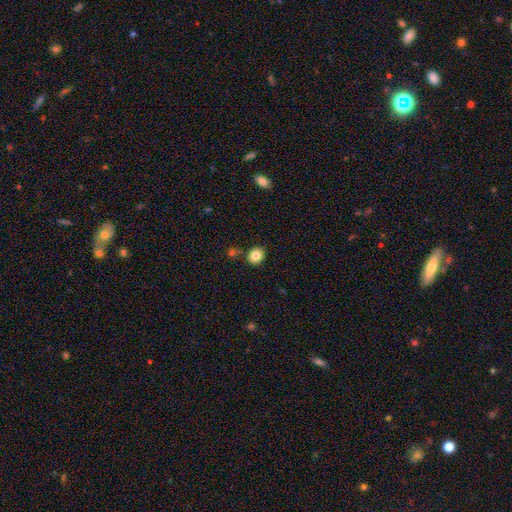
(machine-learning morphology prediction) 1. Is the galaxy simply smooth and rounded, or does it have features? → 84% smooth, 10% star or artifact, 6% featured or disk.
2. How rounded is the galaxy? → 71% round, 28% in between, 1% cigar-shaped.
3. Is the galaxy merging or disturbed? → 82% none, 10% minor disturbance, 6% merger, 2% major disturbance.